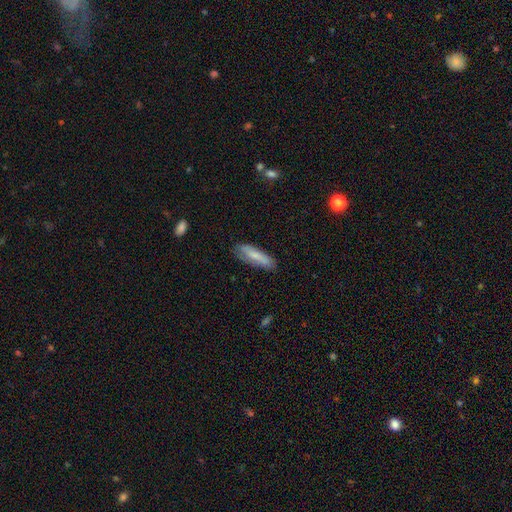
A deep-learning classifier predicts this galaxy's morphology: This appears to be a smooth galaxy with no disk features (70%) that is cigar-shaped (63%). Merging: none (78%).